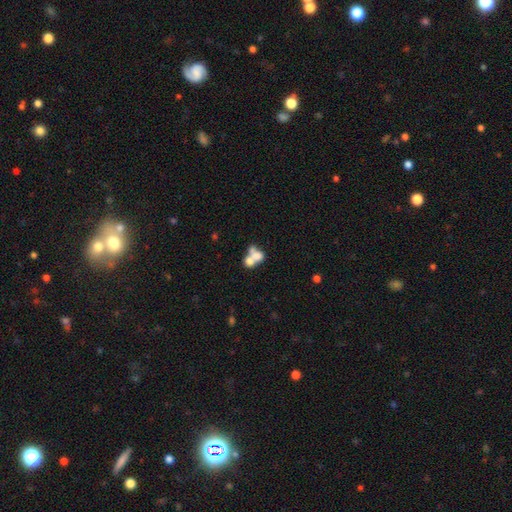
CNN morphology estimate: The model was most divided on "how rounded": in between: 52%, round: 46%, cigar-shaped: 2%. More confident: merging — merger (68%); smooth or featured — smooth (61%).